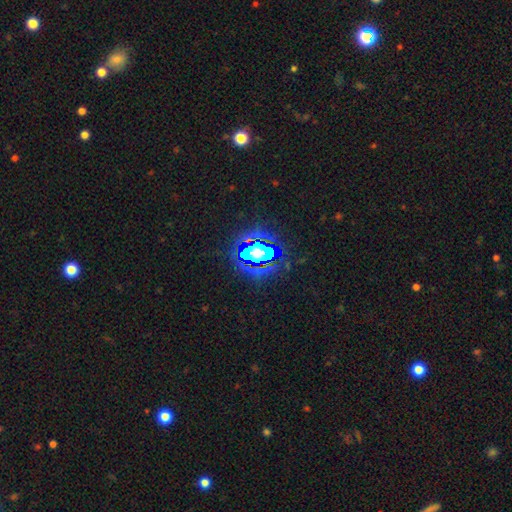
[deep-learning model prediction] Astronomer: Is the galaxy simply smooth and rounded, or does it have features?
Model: star or artifact — 58%.